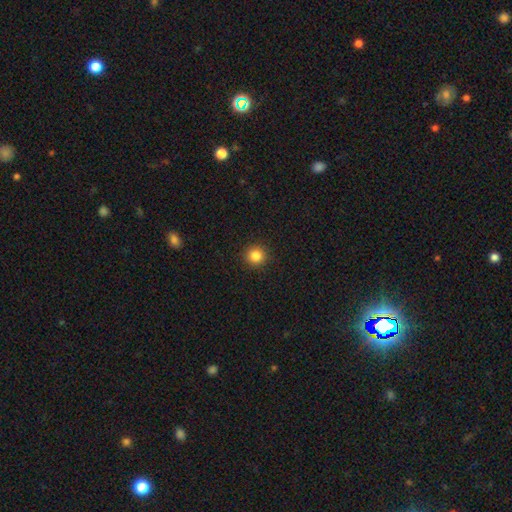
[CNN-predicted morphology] This appears to be a smooth galaxy with no disk features (84%) that is round (94%). Merging: none (92%).